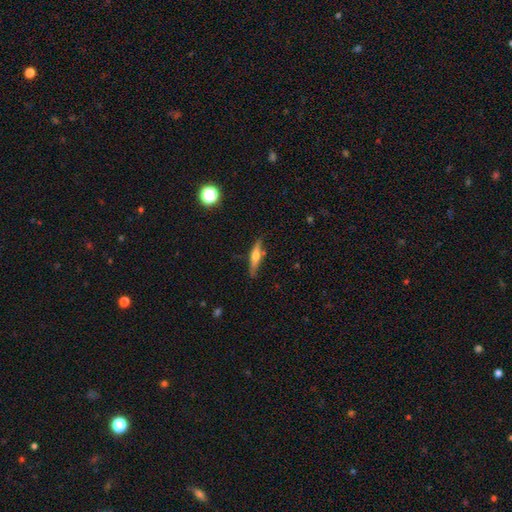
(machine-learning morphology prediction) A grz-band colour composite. It shows a featured or disk galaxy (58%) viewed edge-on (95%) with a rounded central bulge (90%). Merging: none (81%).